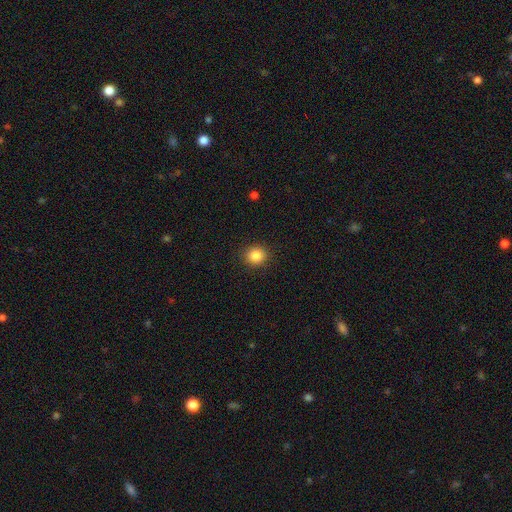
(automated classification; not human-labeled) smooth 85%, star or artifact 11%, featured or disk 4%. Down the decision tree: how rounded — round (86%); merging — none (91%).